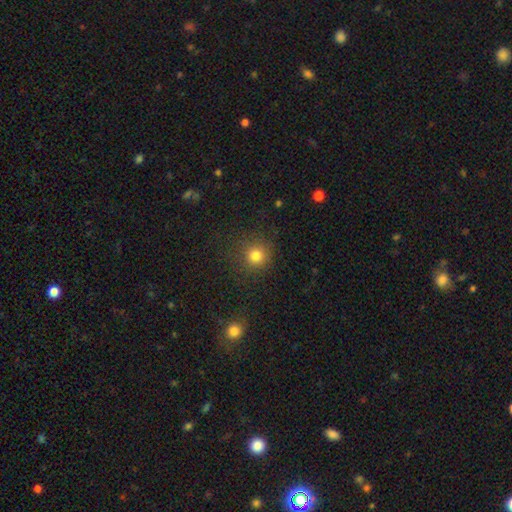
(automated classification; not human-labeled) Smooth or featured? smooth (79%)
How rounded? round (93%)
Merging? none (87%)